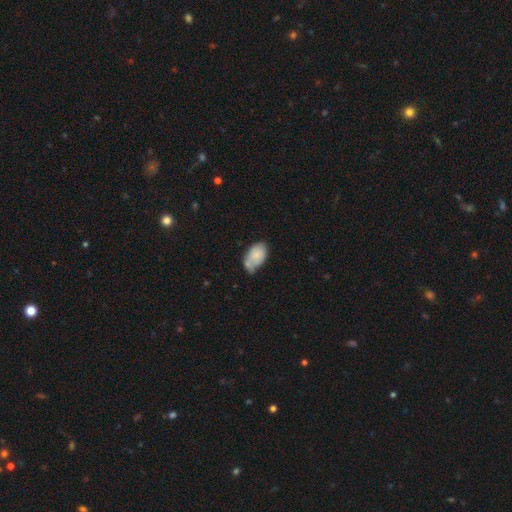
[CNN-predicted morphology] Smooth or featured: smooth — 76% (featured or disk — 16%)
How rounded: in between — 91% (round — 8%)
Merging: none — 39% (minor disturbance — 32%)